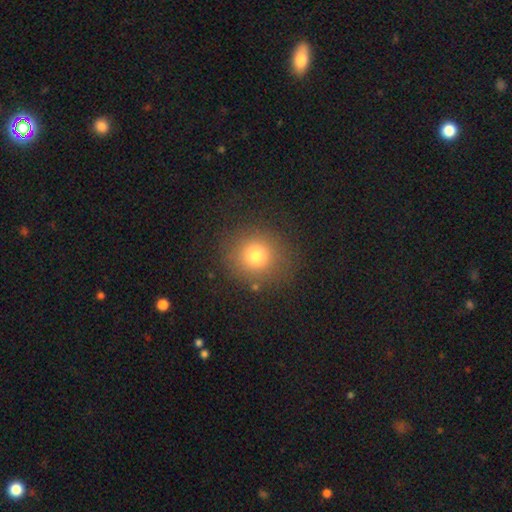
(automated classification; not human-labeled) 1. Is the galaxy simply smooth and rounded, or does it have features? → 77% smooth, 15% star or artifact, 9% featured or disk.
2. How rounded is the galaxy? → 89% round, 10% in between, 1% cigar-shaped.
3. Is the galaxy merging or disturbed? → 86% none, 9% minor disturbance, 4% major disturbance, 2% merger.